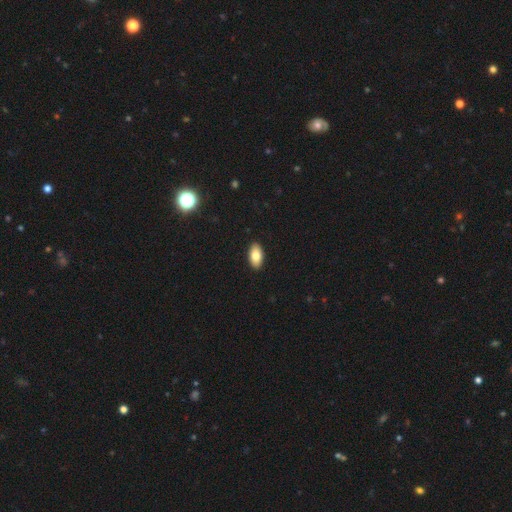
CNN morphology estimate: Smooth or featured?
  - smooth: 81% *
  - featured or disk: 12%
  - star or artifact: 7%
How rounded?
  - in between: 93% *
  - round: 3%
  - cigar-shaped: 3%
Merging?
  - none: 91% *
  - minor disturbance: 6%
  - major disturbance: 1%
  - merger: 1%